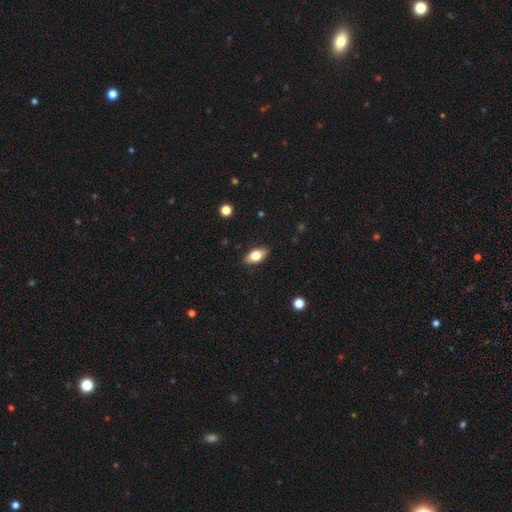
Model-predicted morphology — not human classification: Overall: smooth (72%). How rounded: in between (87%). Merging: none (88%).